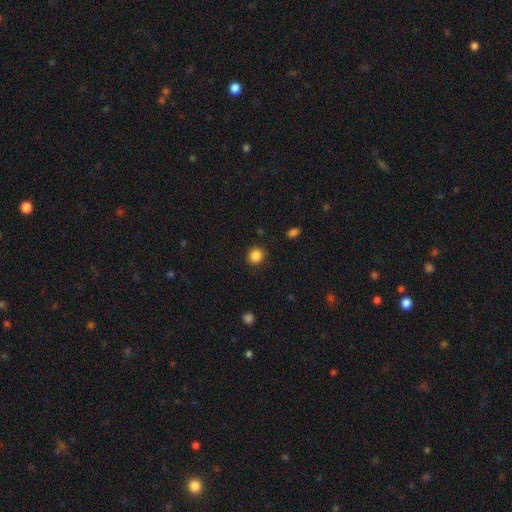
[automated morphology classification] smooth_or_featured: smooth (p=0.86) [alt: star or artifact p=0.11]
how_rounded: round (p=0.86) [alt: in between p=0.14]
merging: none (p=0.89) [alt: minor disturbance p=0.07]